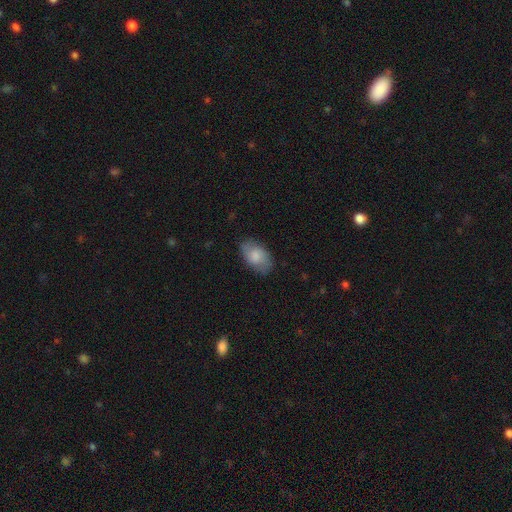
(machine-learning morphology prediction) Smooth or featured? smooth (70%)
How rounded? in between (92%)
Merging? none (75%)